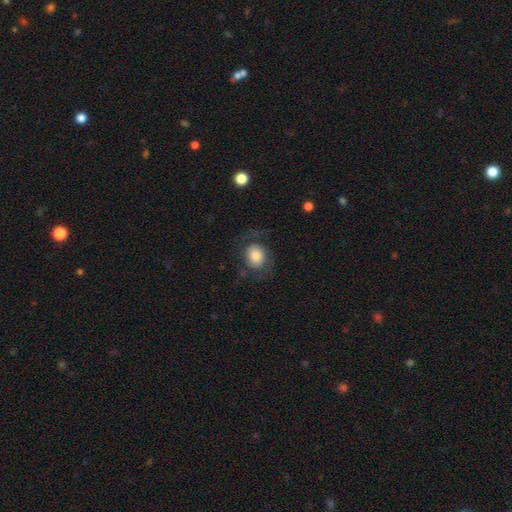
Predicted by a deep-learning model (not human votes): A smooth galaxy with no disk features (64%) that is round (59%).

Vote fractions:
- Smooth or featured? smooth: 64% / featured or disk: 29% / star or artifact: 8%
- How rounded? round: 59% / in between: 40% / cigar-shaped: 1%
- Merging? none: 61% / major disturbance: 19% / minor disturbance: 18% / merger: 2%